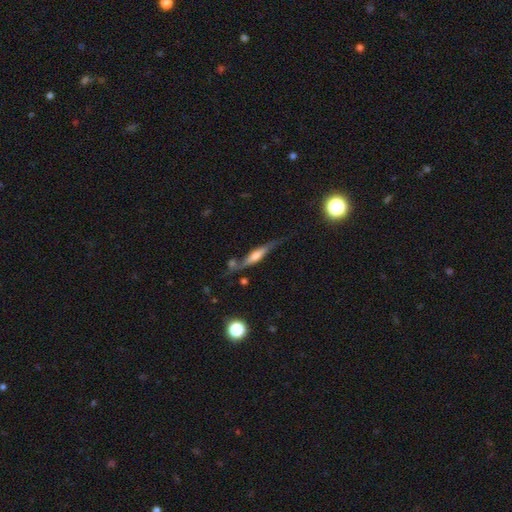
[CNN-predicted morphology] This is likely a featured or disk galaxy (68%). It is clearly viewed edge-on (87%). Edge-on bulge: likely rounded (69%). Merging: possibly none (60%).